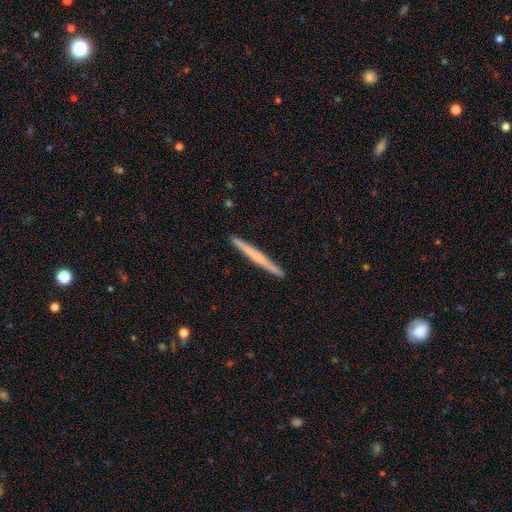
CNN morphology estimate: Smooth or featured? smooth (50%)
Merging? none (93%)